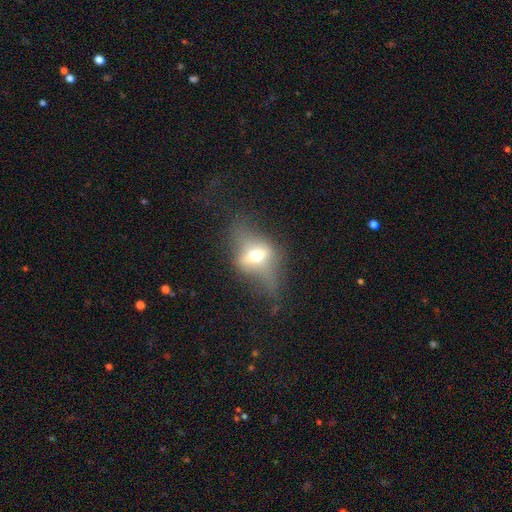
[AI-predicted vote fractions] This appears to be a featured or disk galaxy (62%) viewed edge-on (63%). Merging: none (56%).